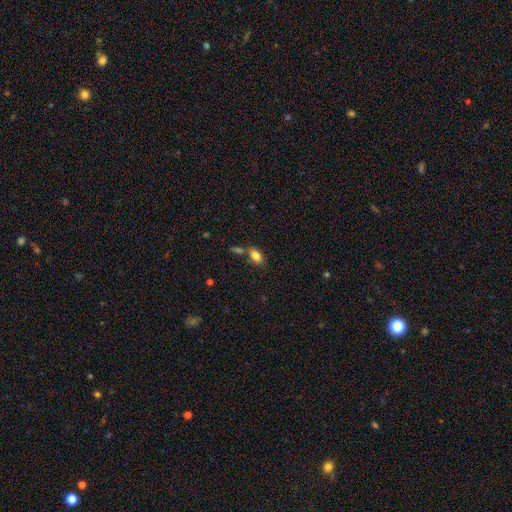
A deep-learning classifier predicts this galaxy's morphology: smooth_or_featured: smooth (p=0.82) [alt: featured or disk p=0.09]
how_rounded: in between (p=0.89) [alt: round p=0.07]
merging: none (p=0.62) [alt: merger p=0.20]